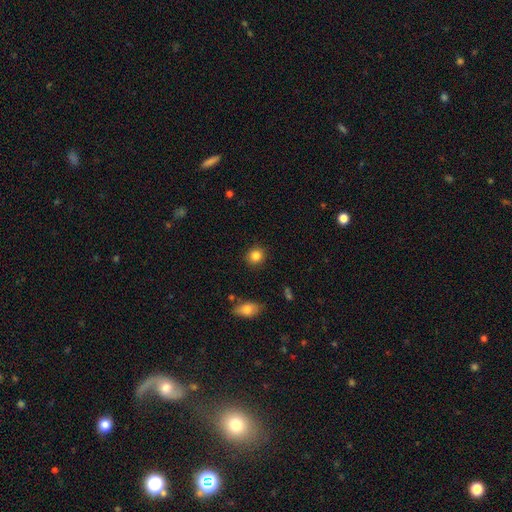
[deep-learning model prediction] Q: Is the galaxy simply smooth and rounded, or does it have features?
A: smooth — 85%.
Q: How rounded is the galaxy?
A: round — 84%.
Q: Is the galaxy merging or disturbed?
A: none — 89%.